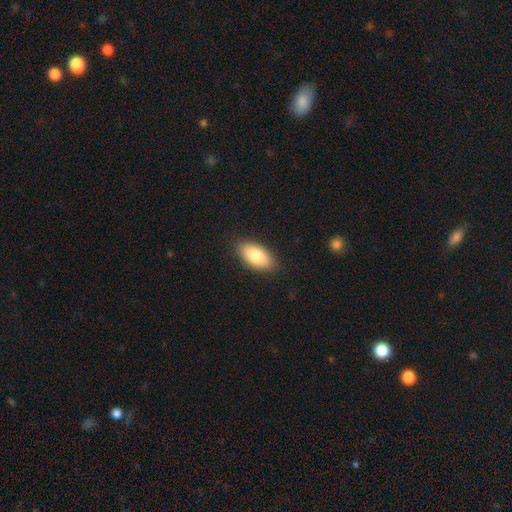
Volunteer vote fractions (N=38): This is clearly a smooth galaxy (87%). How rounded: clearly in between (97%). Merging: clearly none (92%).